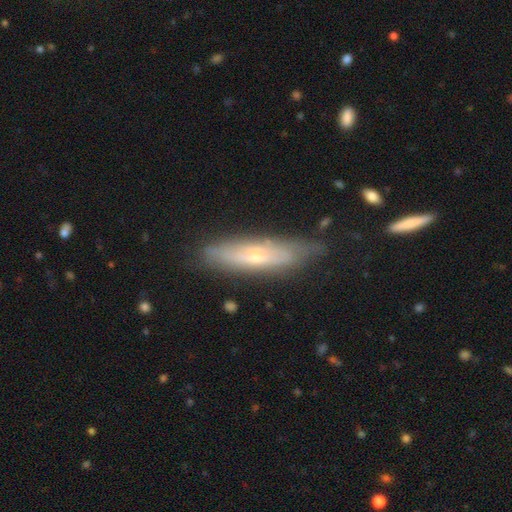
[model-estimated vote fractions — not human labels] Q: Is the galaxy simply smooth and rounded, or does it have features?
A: featured or disk — 53%.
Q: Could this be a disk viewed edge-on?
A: yes — 66%.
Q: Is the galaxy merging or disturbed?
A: none — 74%.